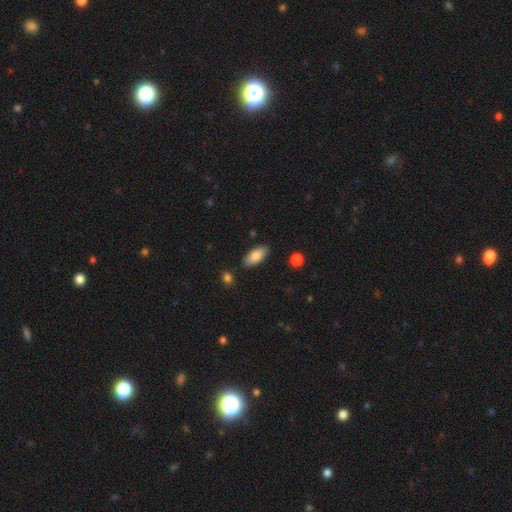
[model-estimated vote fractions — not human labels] Smooth or featured?
  - smooth: 83% *
  - featured or disk: 10%
  - star or artifact: 6%
How rounded?
  - in between: 89% *
  - cigar-shaped: 9%
  - round: 2%
Merging?
  - none: 85% *
  - minor disturbance: 10%
  - merger: 2%
  - major disturbance: 2%